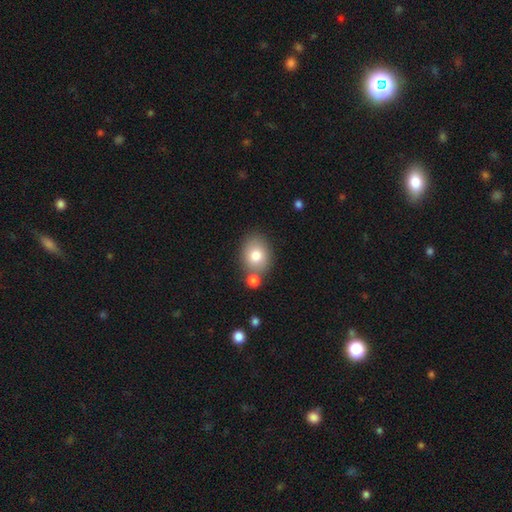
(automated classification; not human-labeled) Morphology: type=smooth (79%); roundness=in between (52%); merging=none (63%).